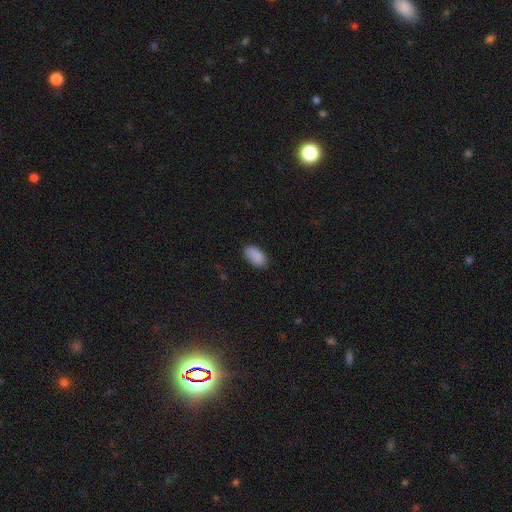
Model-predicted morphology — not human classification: type=smooth (88%); roundness=in between (94%); merging=none (81%).